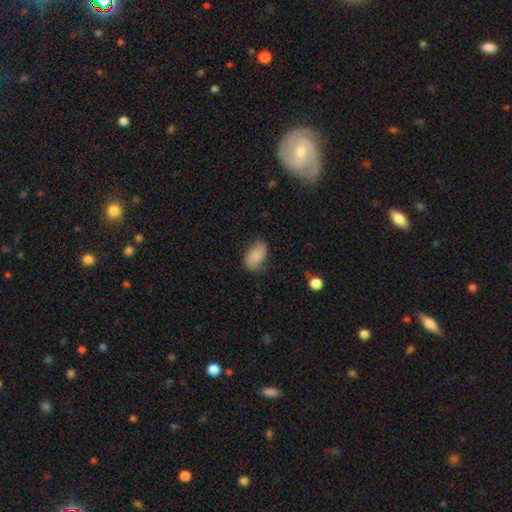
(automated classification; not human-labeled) The model was most divided on "merging": none: 69%, minor disturbance: 24%, major disturbance: 6%, merger: 1%. More confident: how rounded — in between (92%); smooth or featured — smooth (81%).